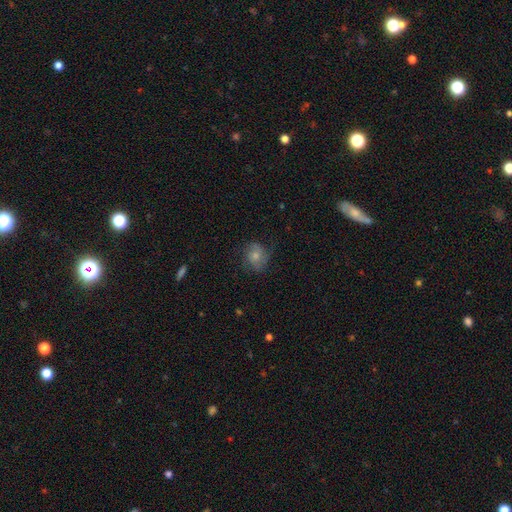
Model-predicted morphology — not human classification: smooth-or-featured: smooth: 59% | featured or disk: 32% | star or artifact: 9%
  how-rounded: round: 73% | in between: 26% | cigar-shaped: 1%
  merging: none: 65% | minor disturbance: 23% | major disturbance: 10% | merger: 1%